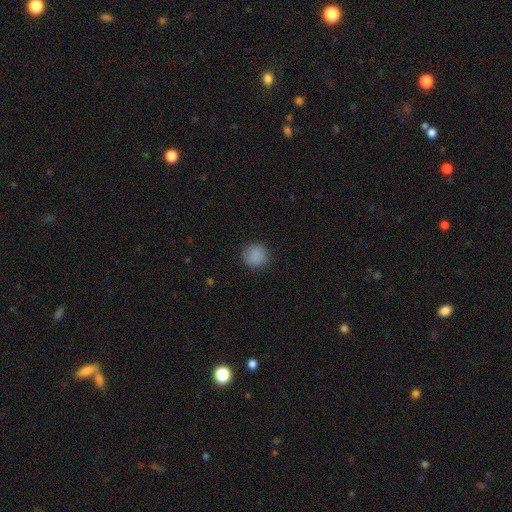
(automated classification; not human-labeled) This is clearly a smooth galaxy (87%). How rounded: clearly round (93%). Merging: clearly none (89%).